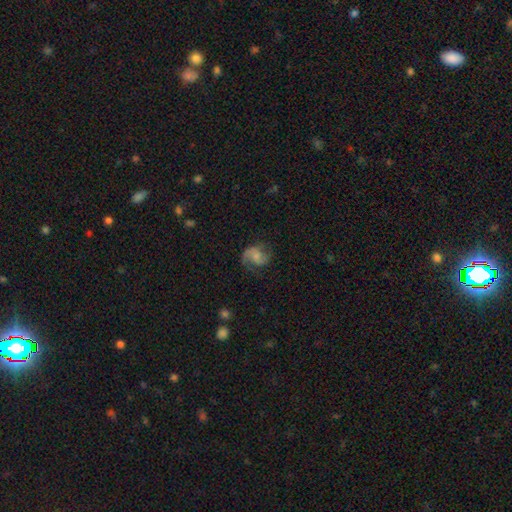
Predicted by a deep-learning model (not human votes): Morphology: type=featured or disk (71%); edge-on=no (98%); bar=no (56%); spiral arms=yes (95%); winding=medium (48%); arm count=2 (84%); bulge=none (42%); merging=none (67%).